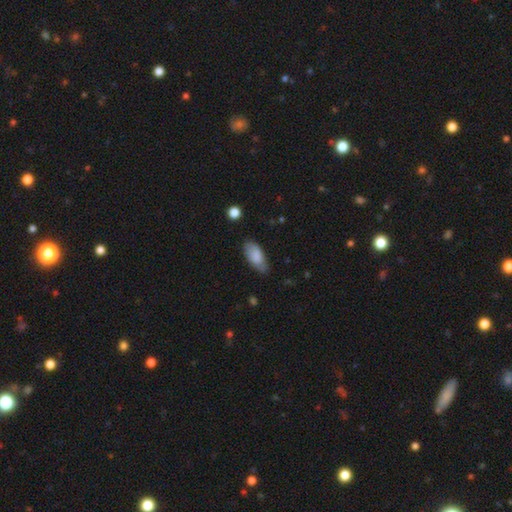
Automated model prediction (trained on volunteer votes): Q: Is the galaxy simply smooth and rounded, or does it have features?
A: smooth — 81%.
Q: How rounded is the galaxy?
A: in between — 89%.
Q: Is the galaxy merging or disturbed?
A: none — 68%.